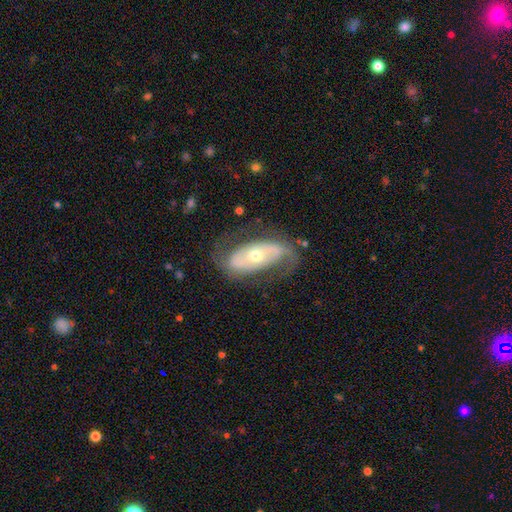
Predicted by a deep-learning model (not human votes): Morphology: type=featured or disk (76%); edge-on=no (92%); bar=no (56%); spiral arms=yes (84%); winding=medium (40%); arm count=2 (78%); bulge=moderate (54%); merging=none (64%).